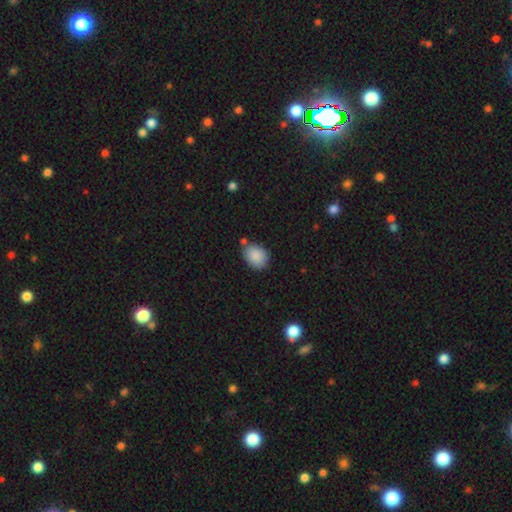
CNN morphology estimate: The model was most divided on "how rounded": in between: 70%, round: 29%, cigar-shaped: 1%. More confident: smooth or featured — smooth (88%); merging — none (70%).